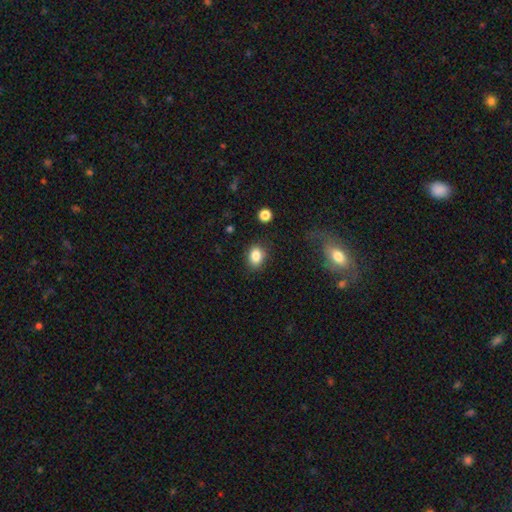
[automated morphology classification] A smooth galaxy with no disk features (85%) that is in between round and cigar-shaped (68%). Merging: none (83%).